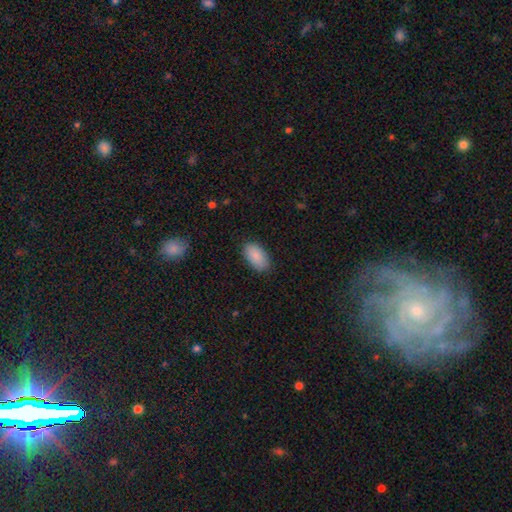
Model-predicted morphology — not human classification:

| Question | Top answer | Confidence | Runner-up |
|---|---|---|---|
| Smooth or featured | smooth | 89% | star or artifact (6%) |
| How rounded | in between | 95% | round (3%) |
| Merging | none | 87% | minor disturbance (10%) |